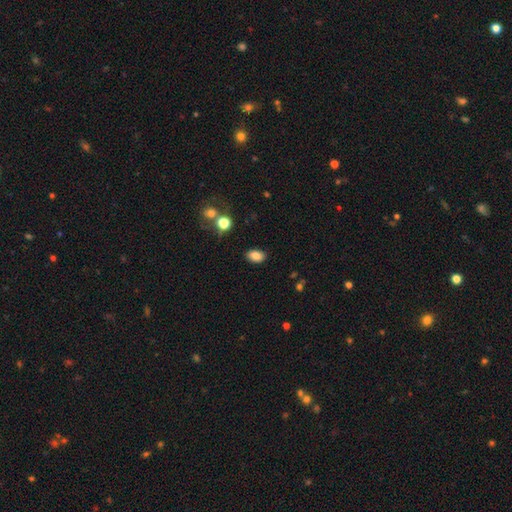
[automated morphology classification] A smooth galaxy with no disk features (84%) that is in between round and cigar-shaped (86%).

Vote fractions:
- Smooth or featured? smooth: 84% / star or artifact: 10% / featured or disk: 6%
- How rounded? in between: 86% / round: 12% / cigar-shaped: 1%
- Merging? none: 87% / minor disturbance: 9% / major disturbance: 2% / merger: 2%